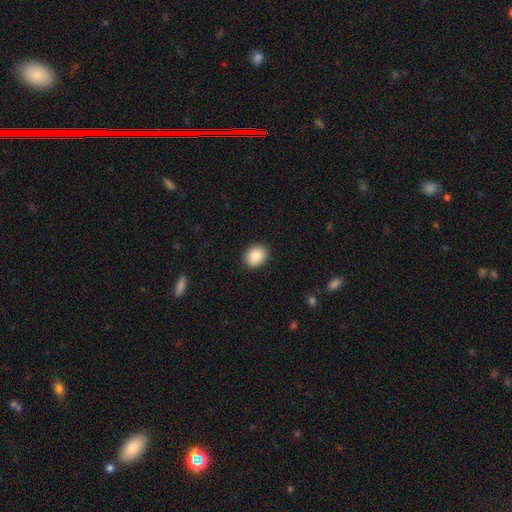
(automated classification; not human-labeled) The model was most divided on "how rounded": round: 53%, in between: 47%, cigar-shaped: 1%. More confident: merging — none (90%); smooth or featured — smooth (86%).